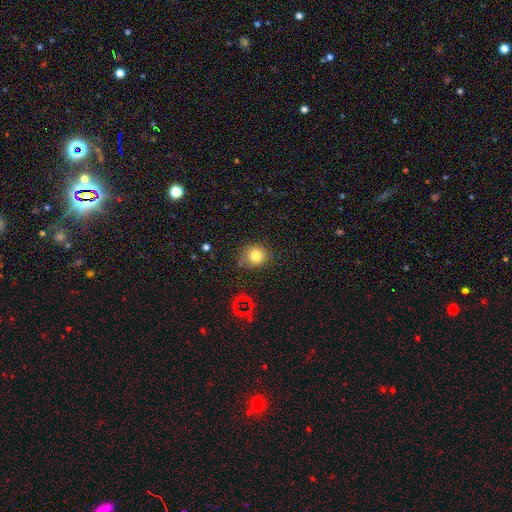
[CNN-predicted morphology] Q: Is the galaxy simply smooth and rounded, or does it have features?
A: smooth — 79%.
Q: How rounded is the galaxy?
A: round — 86%.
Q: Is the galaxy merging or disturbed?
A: none — 74%.